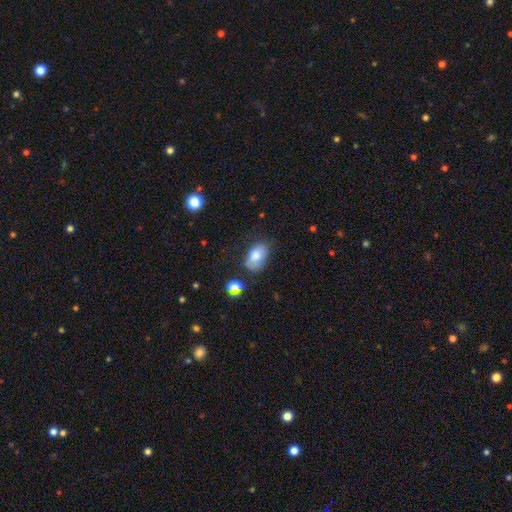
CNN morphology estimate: Smooth or featured: smooth — 79% (featured or disk — 13%)
How rounded: in between — 91% (round — 7%)
Merging: none — 62% (minor disturbance — 26%)